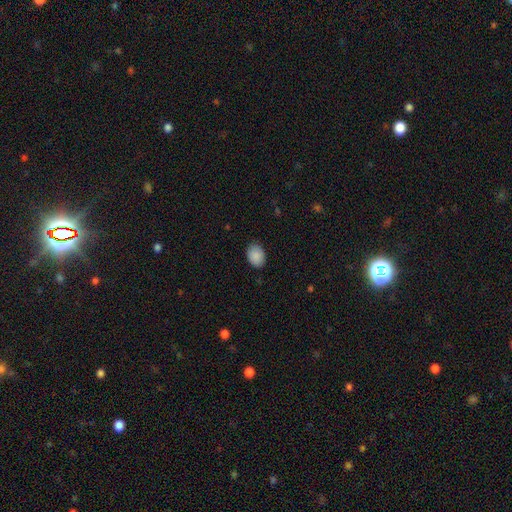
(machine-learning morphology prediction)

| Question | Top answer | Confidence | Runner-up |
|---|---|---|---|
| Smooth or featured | smooth | 89% | star or artifact (7%) |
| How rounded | in between | 73% | round (26%) |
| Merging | none | 85% | minor disturbance (12%) |